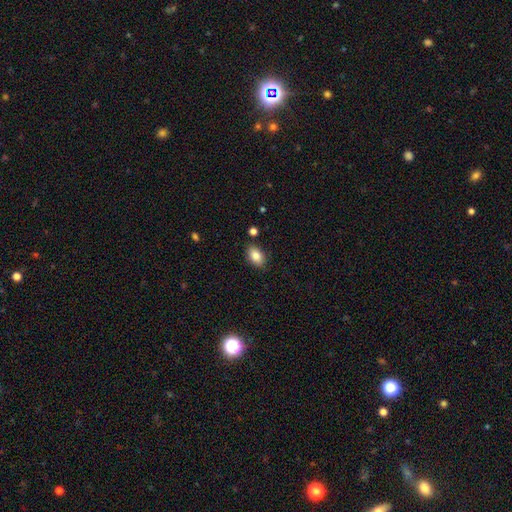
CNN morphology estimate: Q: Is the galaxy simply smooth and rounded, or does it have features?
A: smooth — 85%.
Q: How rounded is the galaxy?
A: in between — 88%.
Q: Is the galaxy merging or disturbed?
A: none — 84%.